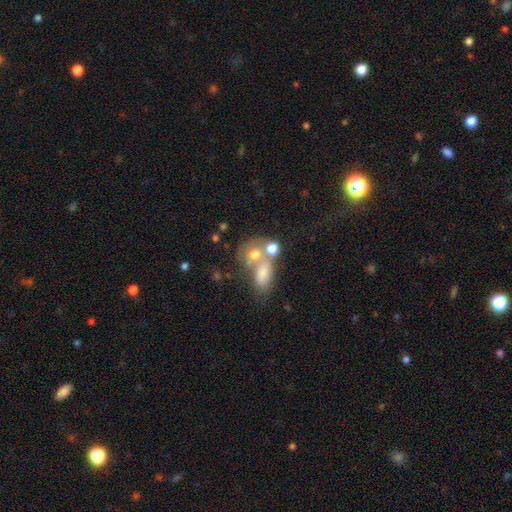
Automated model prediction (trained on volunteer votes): Overall: smooth (53%; featured or disk 29%). How rounded: in between (65%; round 30%). Merging: merger (51%; none 27%).